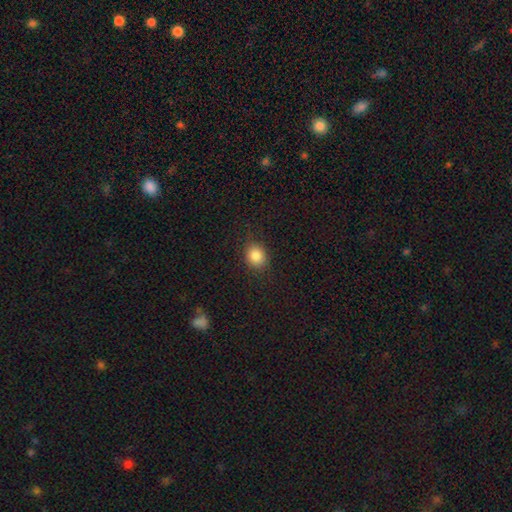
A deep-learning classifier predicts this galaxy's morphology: Smooth or featured? Predicted: smooth (p=0.85). How rounded? Predicted: round (p=0.62). Merging? Predicted: none (p=0.83).